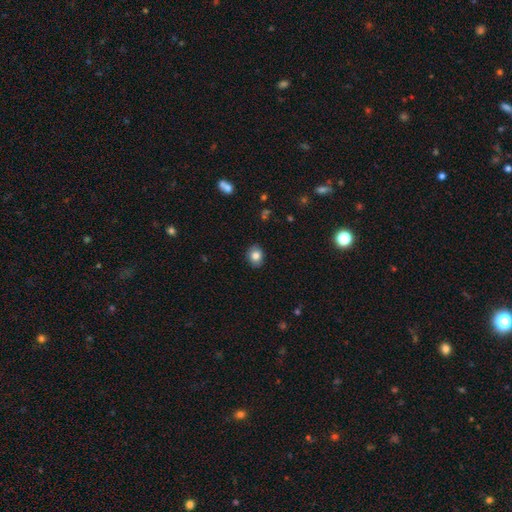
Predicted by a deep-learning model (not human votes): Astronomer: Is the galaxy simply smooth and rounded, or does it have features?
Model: smooth — 82%.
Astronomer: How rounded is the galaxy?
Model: round — 52% (runner-up: in between, 47%).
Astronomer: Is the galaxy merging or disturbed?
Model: none — 88%.